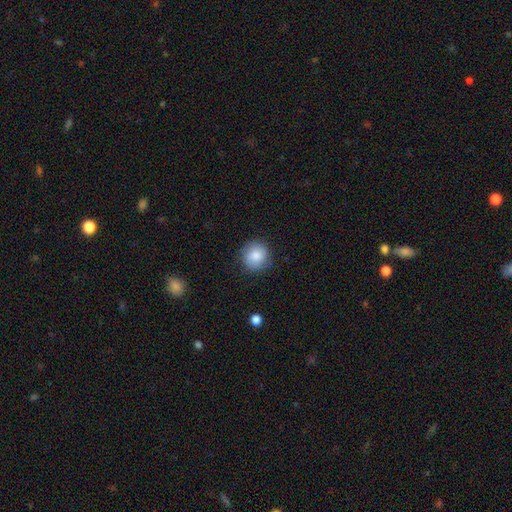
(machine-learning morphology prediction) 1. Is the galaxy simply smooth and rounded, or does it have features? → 82% smooth, 11% featured or disk, 8% star or artifact.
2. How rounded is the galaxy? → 90% round, 9% in between, 1% cigar-shaped.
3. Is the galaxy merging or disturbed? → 83% none, 12% minor disturbance, 3% major disturbance, 1% merger.